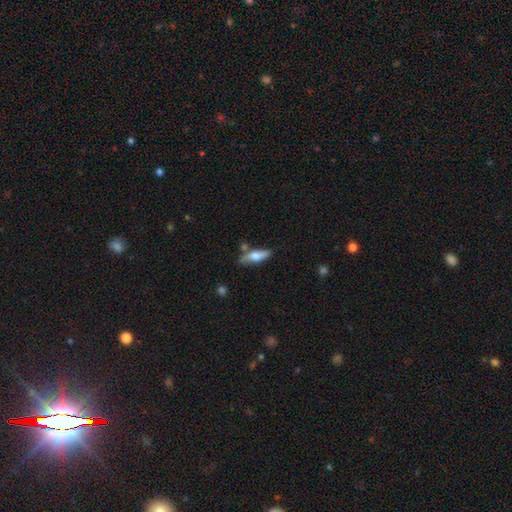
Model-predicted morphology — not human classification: The model was most divided on "how rounded": cigar-shaped: 53%, in between: 44%, round: 3%. More confident: merging — none (64%); smooth or featured — smooth (52%).